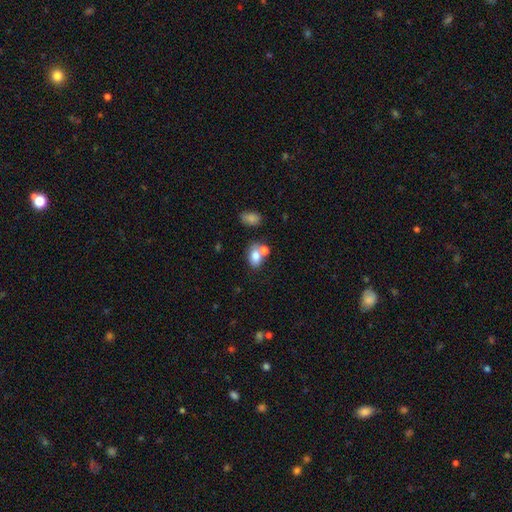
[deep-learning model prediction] smooth_or_featured: smooth (p=0.77) [alt: featured or disk p=0.13]
how_rounded: in between (p=0.77) [alt: round p=0.21]
merging: none (p=0.42) [alt: merger p=0.40]